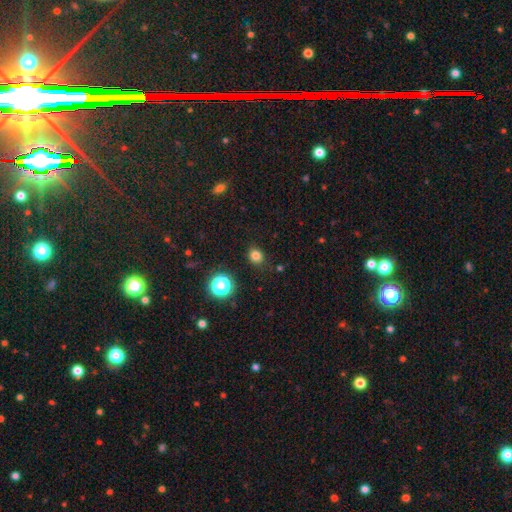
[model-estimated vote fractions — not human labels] smooth-or-featured: smooth: 79% | star or artifact: 16% | featured or disk: 5%
  how-rounded: round: 70% | in between: 29% | cigar-shaped: 1%
  merging: none: 85% | minor disturbance: 11% | major disturbance: 3% | merger: 2%